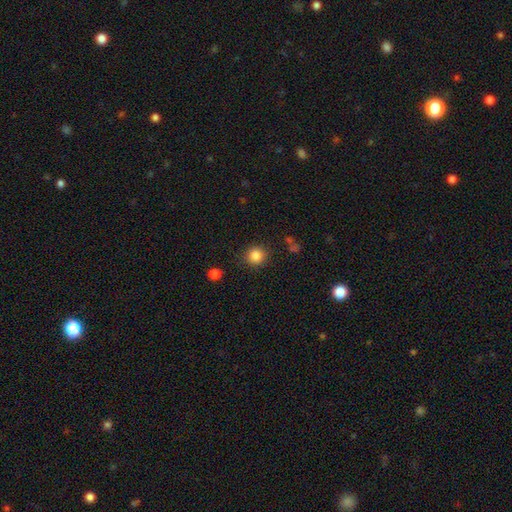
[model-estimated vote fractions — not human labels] Smooth or featured: smooth — 85% (star or artifact — 10%)
How rounded: round — 91% (in between — 8%)
Merging: none — 86% (minor disturbance — 8%)